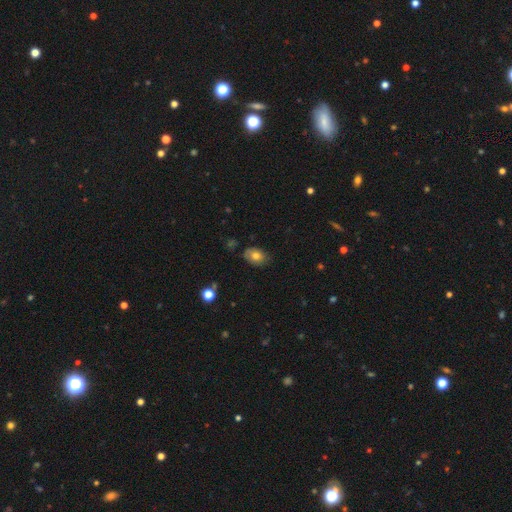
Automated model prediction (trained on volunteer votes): smooth-or-featured: smooth: 73% | featured or disk: 18% | star or artifact: 9%
  how-rounded: in between: 76% | round: 22% | cigar-shaped: 1%
  merging: none: 77% | minor disturbance: 18% | major disturbance: 3% | merger: 2%